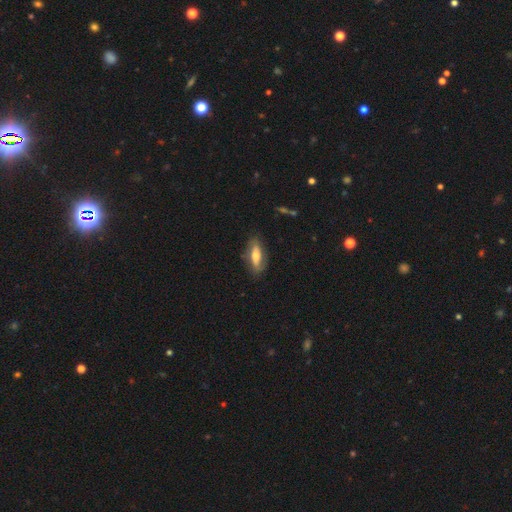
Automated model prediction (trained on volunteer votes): This appears to be a smooth galaxy with no disk features (53%) that is in between round and cigar-shaped (63%). Merging: none (78%).